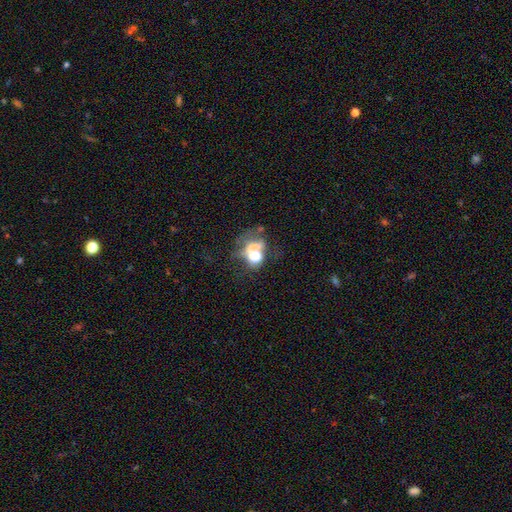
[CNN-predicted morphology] Q: Smooth or featured?
A: smooth (47%); runner-up: featured or disk (41%)
Q: Merging?
A: major disturbance (42%); runner-up: none (21%)